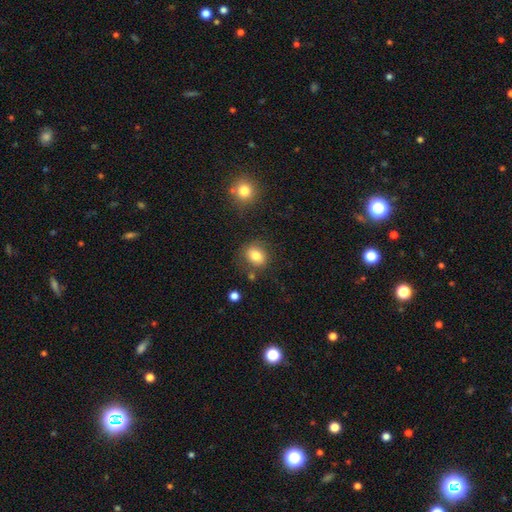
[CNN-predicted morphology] Smooth or featured?
  - smooth: 82% *
  - star or artifact: 10%
  - featured or disk: 8%
How rounded?
  - round: 50% *
  - in between: 49%
  - cigar-shaped: 1%
Merging?
  - none: 76% *
  - minor disturbance: 14%
  - merger: 6%
  - major disturbance: 4%